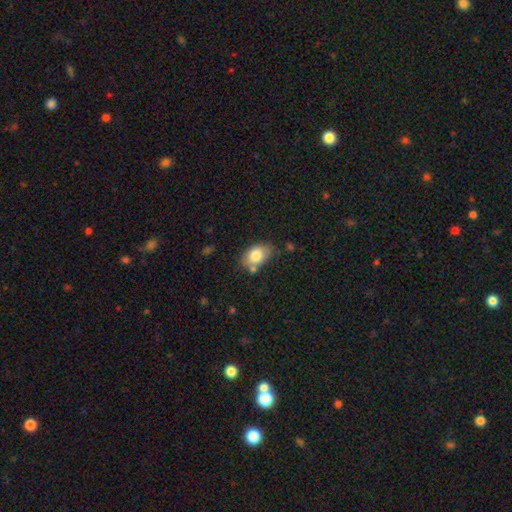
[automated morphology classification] Smooth or featured? smooth (80%)
How rounded? in between (84%)
Merging? none (67%)